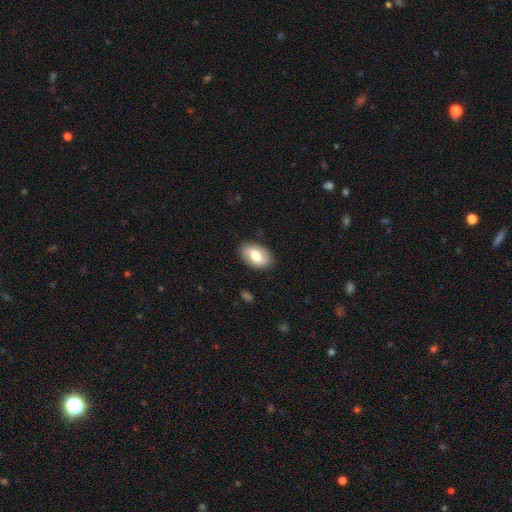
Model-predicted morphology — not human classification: This is possibly a smooth galaxy (56%). How rounded: clearly in between (90%). Merging: clearly none (85%).